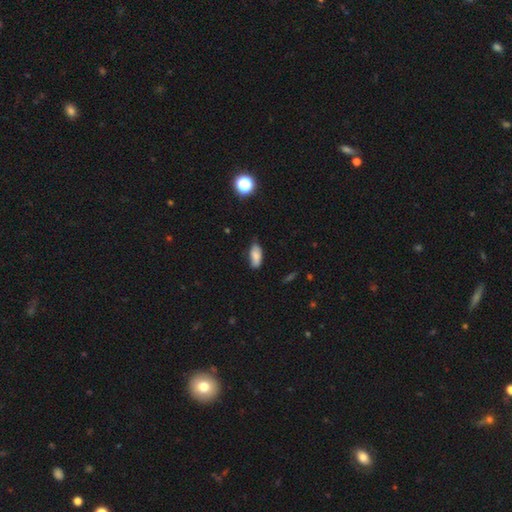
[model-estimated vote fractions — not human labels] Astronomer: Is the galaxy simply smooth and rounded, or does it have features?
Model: smooth — 81%.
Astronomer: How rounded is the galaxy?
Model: in between — 88%.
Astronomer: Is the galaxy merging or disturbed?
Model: none — 66%.